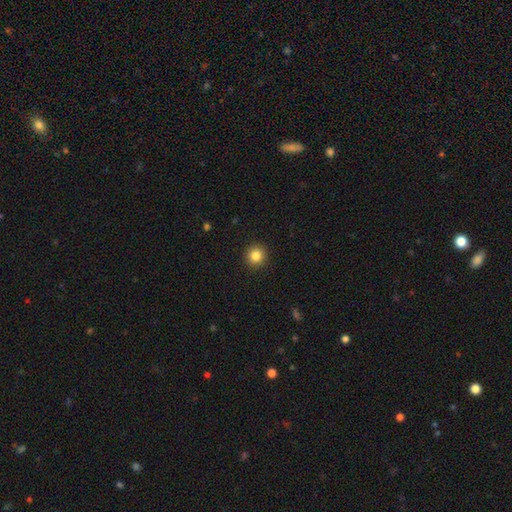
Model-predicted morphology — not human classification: This appears to be a smooth galaxy with no disk features (84%) that is round (94%). Merging: none (93%).